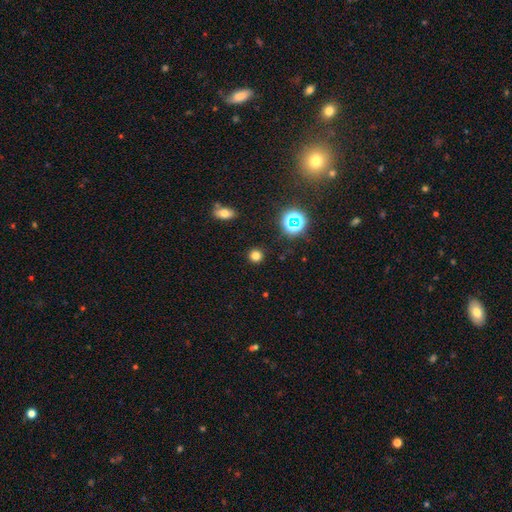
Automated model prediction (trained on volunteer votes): smooth_or_featured: smooth (p=0.75) [alt: star or artifact p=0.20]
how_rounded: round (p=0.92) [alt: in between p=0.07]
merging: none (p=0.90) [alt: minor disturbance p=0.06]